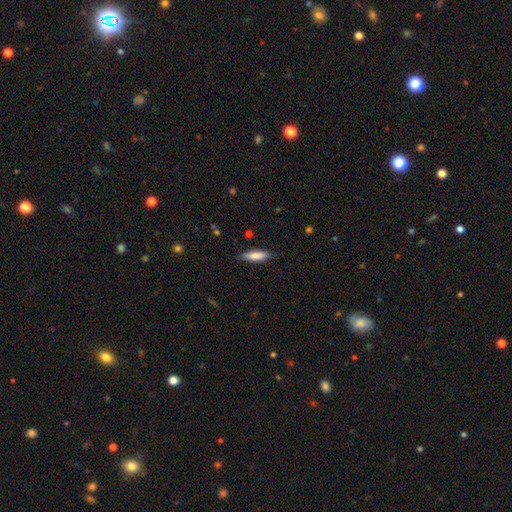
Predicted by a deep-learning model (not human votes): A smooth galaxy with no disk features (79%) that is cigar-shaped (67%). Merging: none (85%).